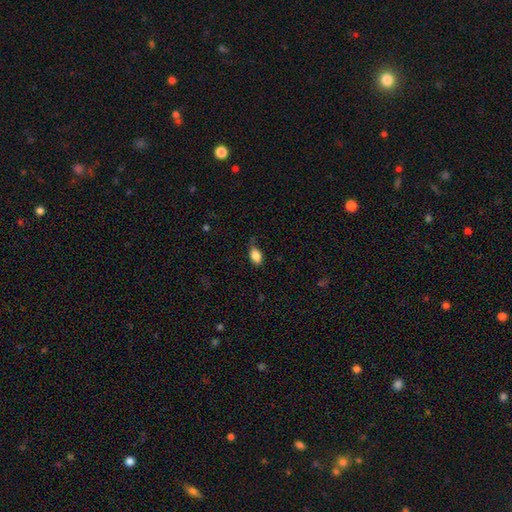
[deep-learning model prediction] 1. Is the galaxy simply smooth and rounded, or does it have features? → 86% smooth, 8% star or artifact, 6% featured or disk.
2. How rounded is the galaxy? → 89% in between, 8% round, 2% cigar-shaped.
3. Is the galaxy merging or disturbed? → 68% none, 25% minor disturbance, 6% major disturbance, 2% merger.